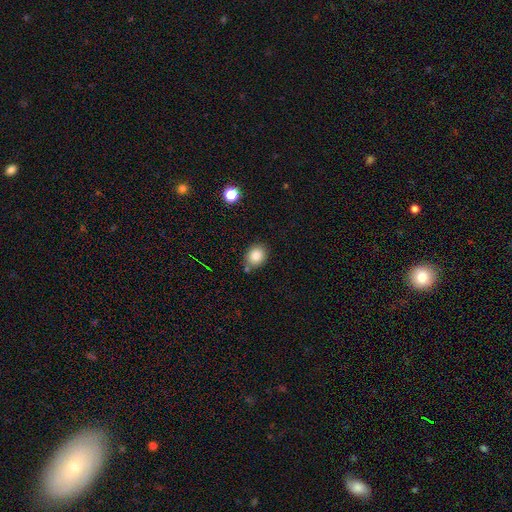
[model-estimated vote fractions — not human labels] A smooth galaxy with no disk features (85%) that is round (63%).

Vote fractions:
- Smooth or featured? smooth: 85% / star or artifact: 9% / featured or disk: 5%
- How rounded? round: 63% / in between: 36% / cigar-shaped: 1%
- Merging? none: 75% / minor disturbance: 14% / merger: 8% / major disturbance: 3%